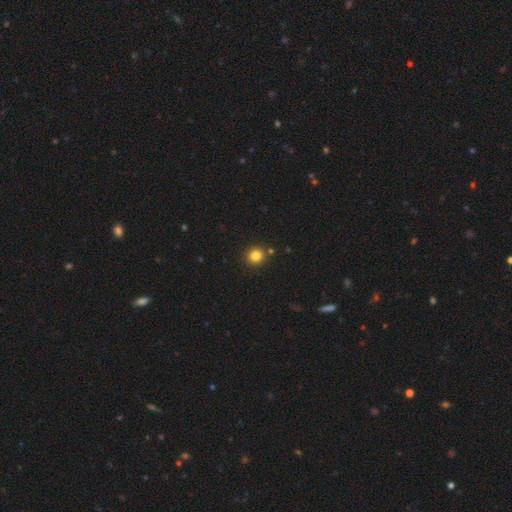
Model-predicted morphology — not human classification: A smooth galaxy with no disk features (82%) that is round (89%).

Vote fractions:
- Smooth or featured? smooth: 82% / star or artifact: 13% / featured or disk: 5%
- How rounded? round: 89% / in between: 10% / cigar-shaped: 1%
- Merging? none: 87% / minor disturbance: 7% / merger: 4% / major disturbance: 2%